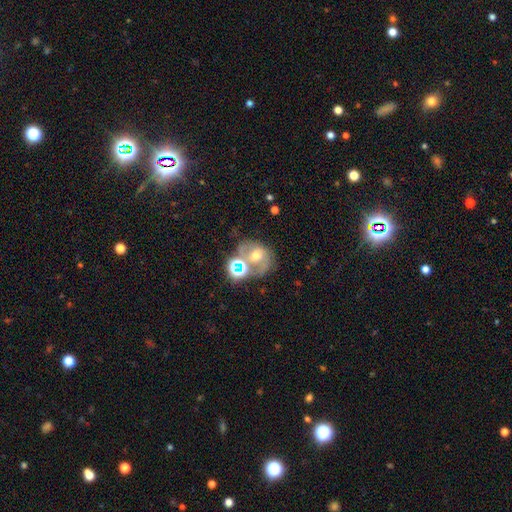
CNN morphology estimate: The model was most divided on "merging": none: 40%, merger: 31%, minor disturbance: 15%, major disturbance: 13%. Remaining: smooth or featured — featured or disk (47%).